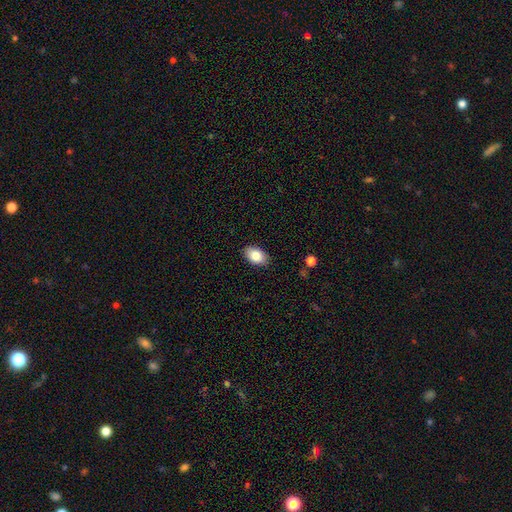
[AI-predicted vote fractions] Smooth or featured? Predicted: smooth (p=0.83). How rounded? Predicted: in between (p=0.89). Merging? Predicted: none (p=0.87).